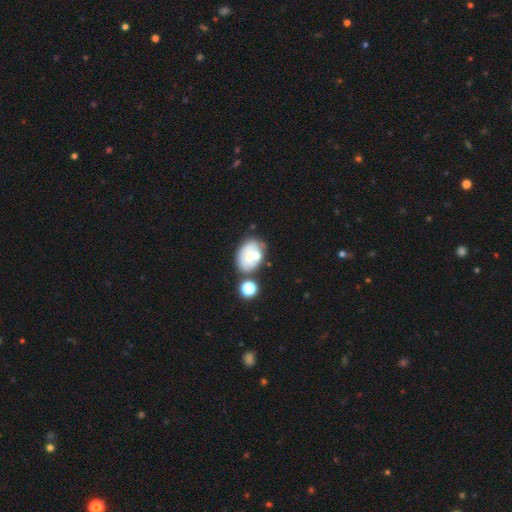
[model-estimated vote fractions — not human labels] Morphology: type=smooth (58%); roundness=in between (77%); merging=none (49%).